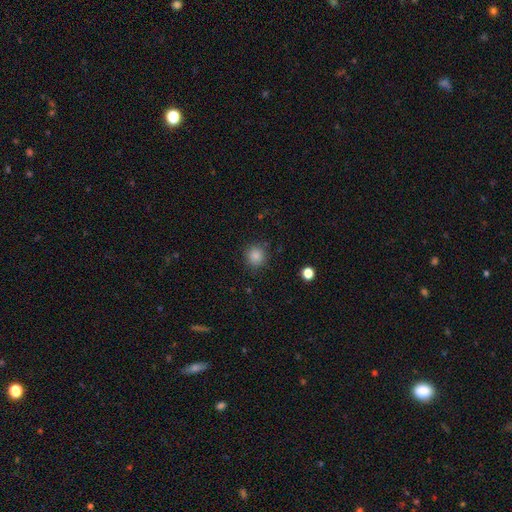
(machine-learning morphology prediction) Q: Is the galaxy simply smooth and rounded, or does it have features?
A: smooth — 85%.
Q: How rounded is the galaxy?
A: round — 92%.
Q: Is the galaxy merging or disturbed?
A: none — 87%.